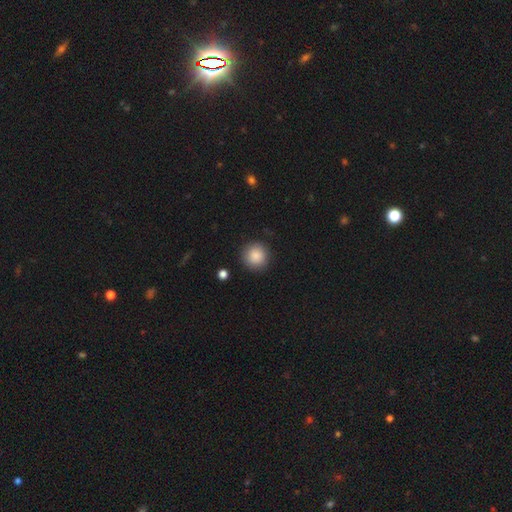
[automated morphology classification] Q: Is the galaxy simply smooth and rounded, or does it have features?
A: smooth — 87%.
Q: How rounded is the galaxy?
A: round — 94%.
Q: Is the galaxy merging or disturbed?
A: none — 88%.